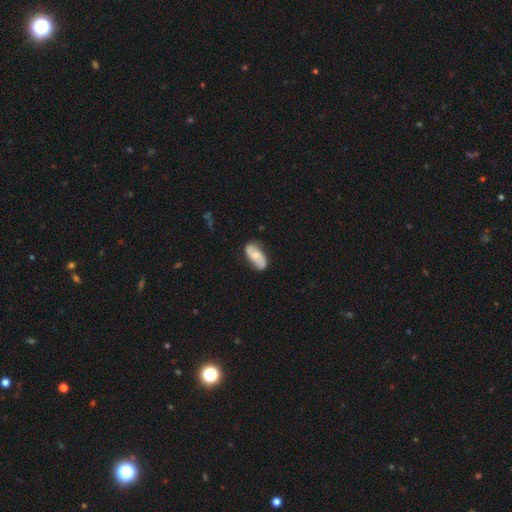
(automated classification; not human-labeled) A featured or disk galaxy (48%).

Vote fractions:
- Smooth or featured? featured or disk: 48% / smooth: 46% / star or artifact: 6%
- Merging? none: 72% / minor disturbance: 21% / major disturbance: 5% / merger: 2%